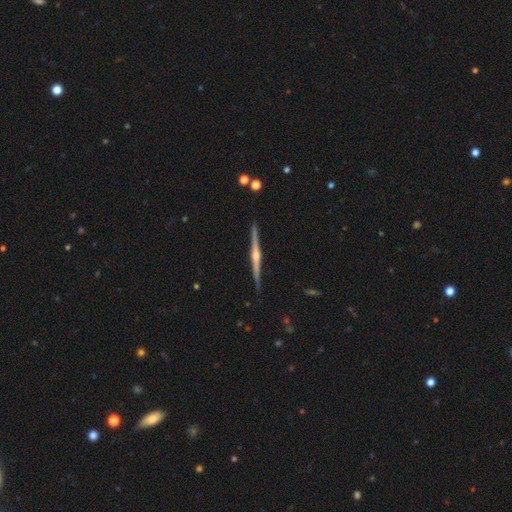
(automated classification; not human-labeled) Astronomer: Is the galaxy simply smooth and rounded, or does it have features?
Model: featured or disk — 85%.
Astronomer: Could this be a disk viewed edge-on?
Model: yes — 99%.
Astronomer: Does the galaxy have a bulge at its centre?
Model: rounded — 87%.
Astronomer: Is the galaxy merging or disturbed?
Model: none — 90%.